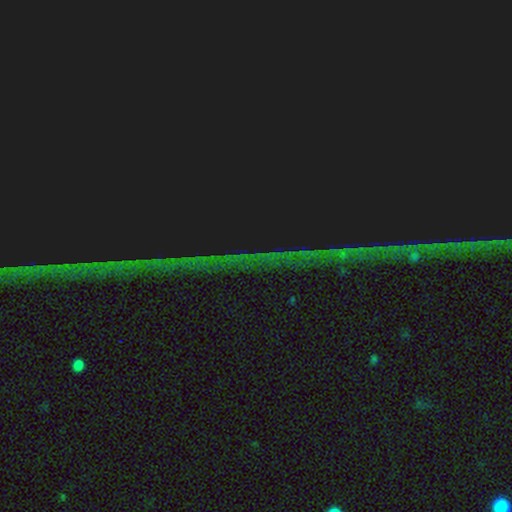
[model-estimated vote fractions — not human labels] This appears to be a star or artifact, not a galaxy (84%).